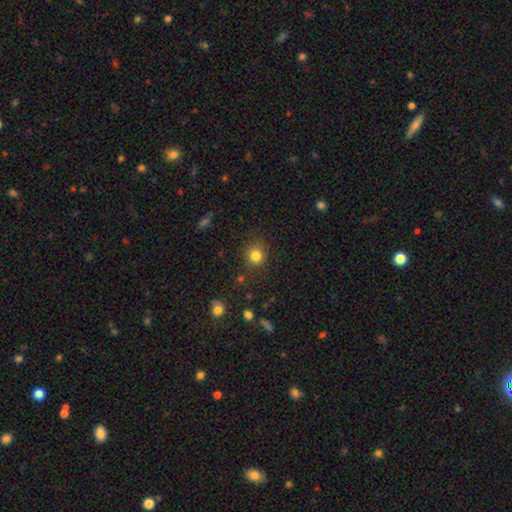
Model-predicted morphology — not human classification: smooth_or_featured: smooth (p=0.82) [alt: star or artifact p=0.13]
how_rounded: round (p=0.90) [alt: in between p=0.09]
merging: none (p=0.86) [alt: minor disturbance p=0.09]